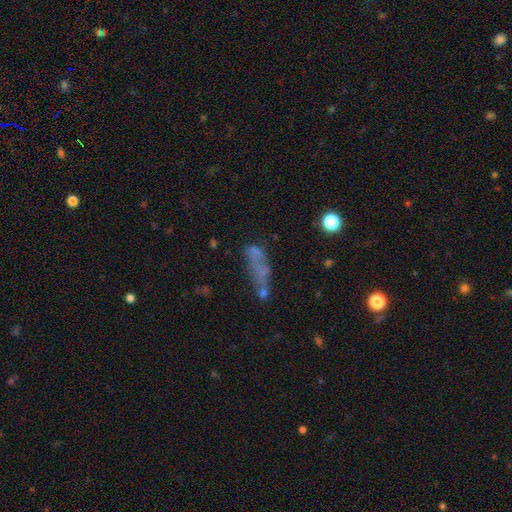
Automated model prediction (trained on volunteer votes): Smooth or featured? Predicted: smooth (p=0.48). Merging? Predicted: none (p=0.32).